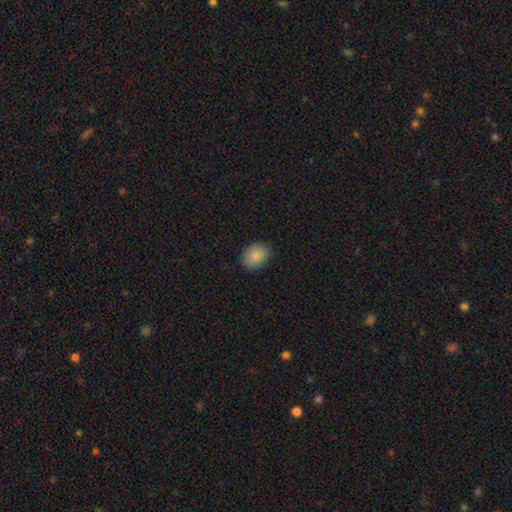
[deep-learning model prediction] Smooth or featured? Predicted: smooth (p=0.87). How rounded? Predicted: in between (p=0.62). Merging? Predicted: none (p=0.84).